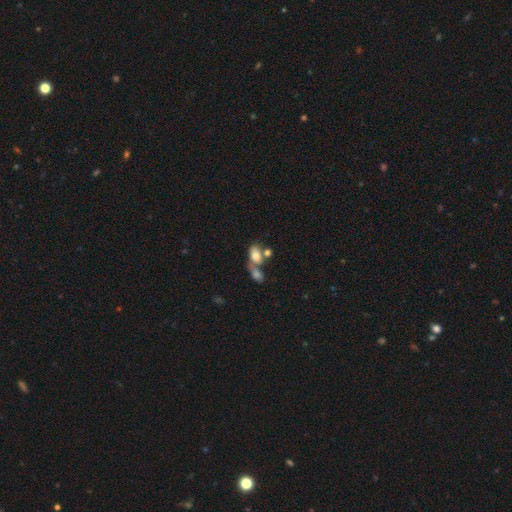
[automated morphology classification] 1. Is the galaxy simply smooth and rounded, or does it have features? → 73% smooth, 17% featured or disk, 10% star or artifact.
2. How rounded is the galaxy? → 85% in between, 12% round, 3% cigar-shaped.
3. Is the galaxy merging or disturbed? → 60% merger, 22% none, 9% minor disturbance, 9% major disturbance.